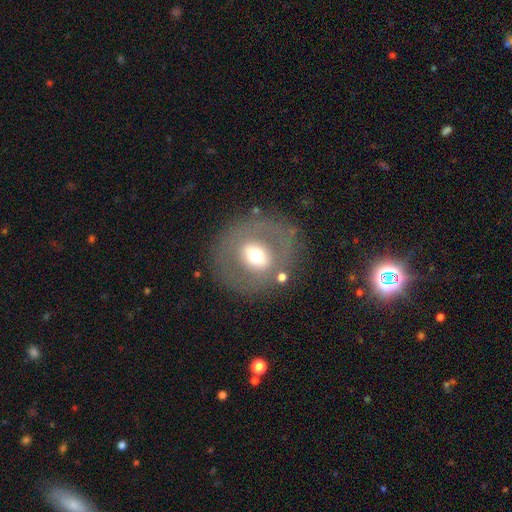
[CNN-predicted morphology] Smooth or featured: featured or disk — 48% (smooth — 43%)
Merging: none — 77% (minor disturbance — 11%)